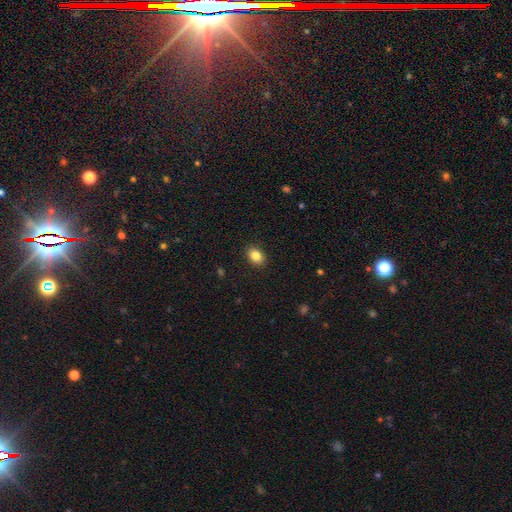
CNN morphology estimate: type=smooth (85%); roundness=in between (68%); merging=none (90%).